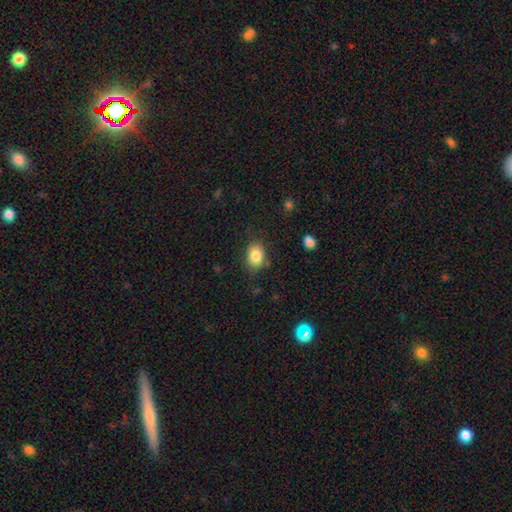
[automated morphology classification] smooth_or_featured: smooth (p=0.85) [alt: star or artifact p=0.09]
how_rounded: in between (p=0.73) [alt: round p=0.26]
merging: none (p=0.78) [alt: minor disturbance p=0.16]